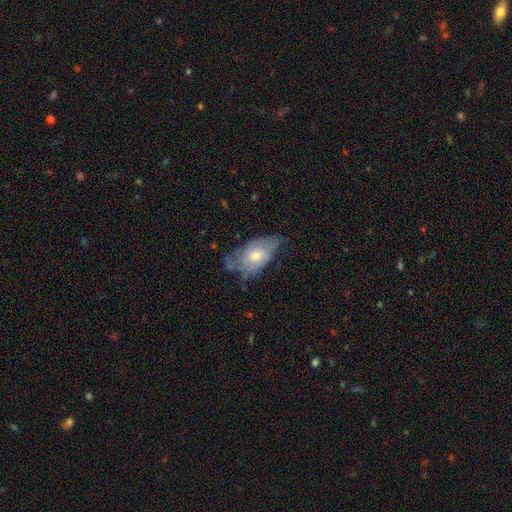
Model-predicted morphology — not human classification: smooth_or_featured: smooth (p=0.50) [alt: featured or disk p=0.43]
merging: none (p=0.40) [alt: minor disturbance p=0.39]